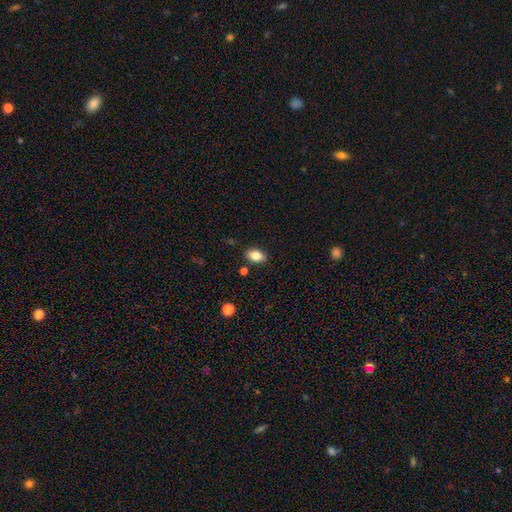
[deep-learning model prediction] Smooth or featured? smooth (83%)
How rounded? in between (87%)
Merging? none (86%)